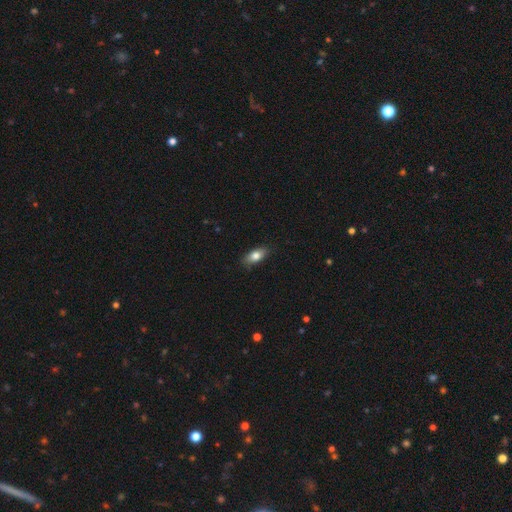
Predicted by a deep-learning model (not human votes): smooth 80%, featured or disk 13%, star or artifact 7%. Down the decision tree: how rounded — in between (87%); merging — none (86%).